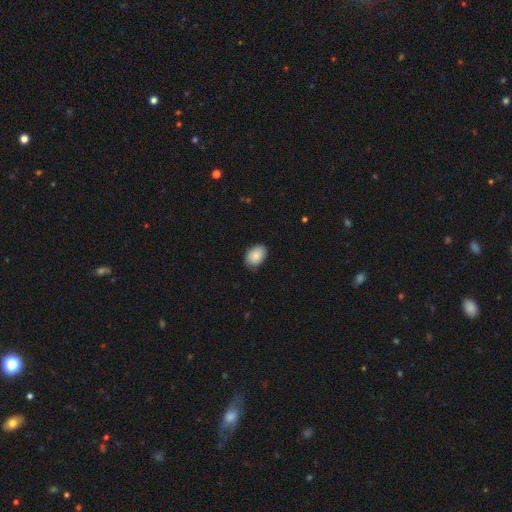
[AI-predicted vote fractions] A smooth galaxy with no disk features (85%) that is in between round and cigar-shaped (83%).

Vote fractions:
- Smooth or featured? smooth: 85% / featured or disk: 8% / star or artifact: 7%
- How rounded? in between: 83% / round: 16% / cigar-shaped: 1%
- Merging? none: 76% / minor disturbance: 20% / major disturbance: 3% / merger: 1%